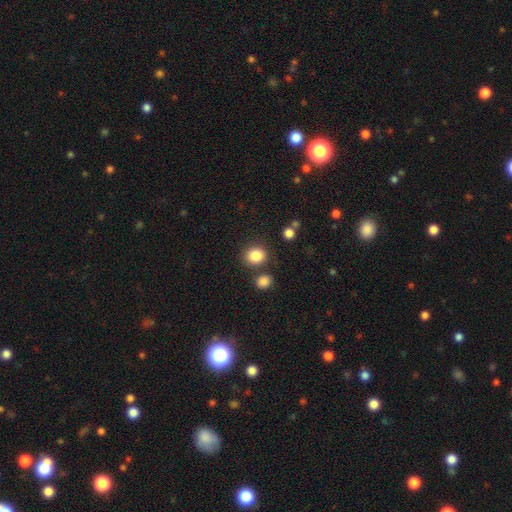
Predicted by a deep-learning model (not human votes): This is clearly a smooth galaxy (85%). How rounded: likely round (75%). Merging: likely none (78%).